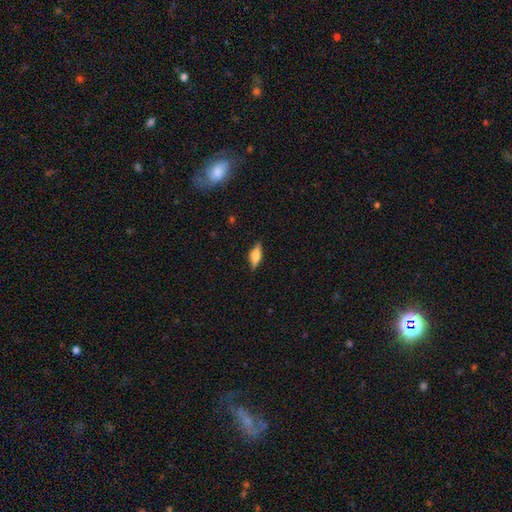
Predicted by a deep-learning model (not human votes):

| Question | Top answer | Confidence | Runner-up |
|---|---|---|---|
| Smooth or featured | smooth | 48% | featured or disk (44%) |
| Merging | none | 86% | minor disturbance (11%) |